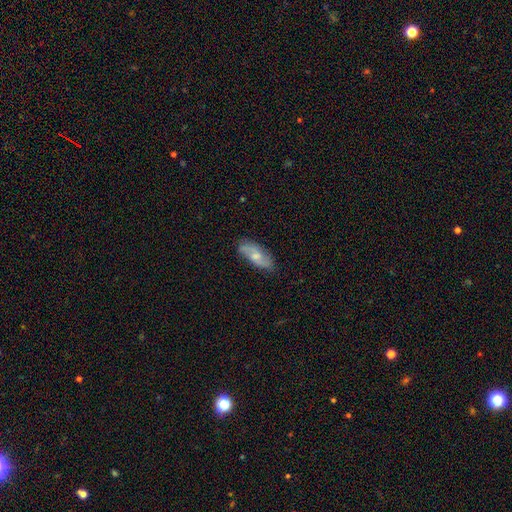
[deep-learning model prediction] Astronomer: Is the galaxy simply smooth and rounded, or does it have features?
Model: featured or disk — 50% (runner-up: smooth, 44%).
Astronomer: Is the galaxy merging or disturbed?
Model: none — 77%.